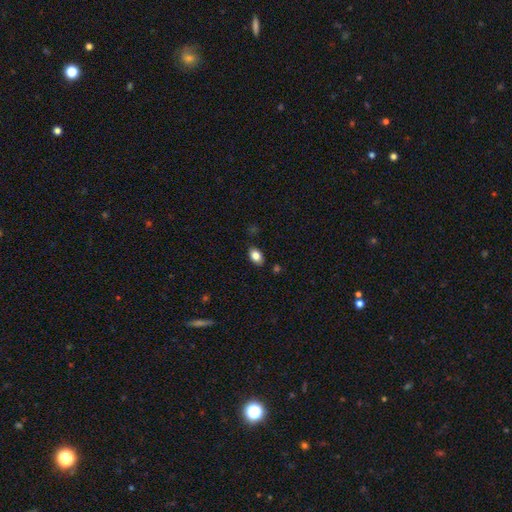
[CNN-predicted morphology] Smooth or featured? smooth (84%)
How rounded? in between (86%)
Merging? none (86%)